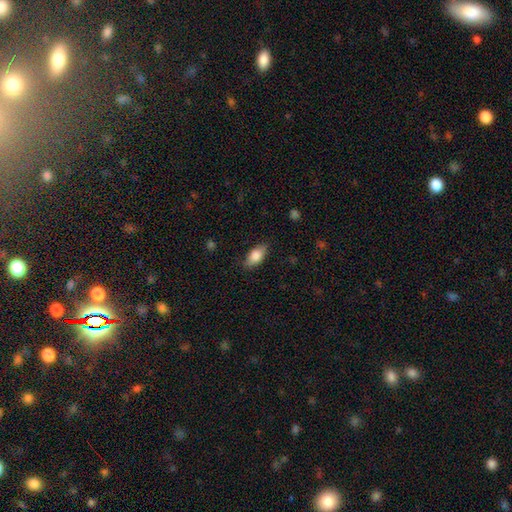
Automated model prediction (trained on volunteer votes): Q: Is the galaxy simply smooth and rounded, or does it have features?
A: smooth — 82%.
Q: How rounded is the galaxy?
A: in between — 90%.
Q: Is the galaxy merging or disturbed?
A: none — 83%.